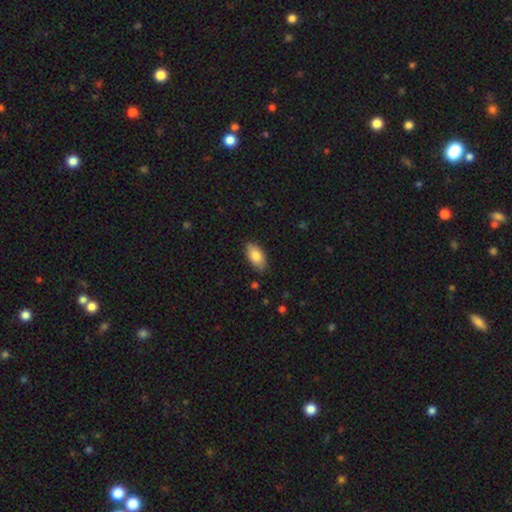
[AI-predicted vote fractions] smooth 83%, featured or disk 11%, star or artifact 6%. Down the decision tree: how rounded — in between (93%); merging — none (85%).